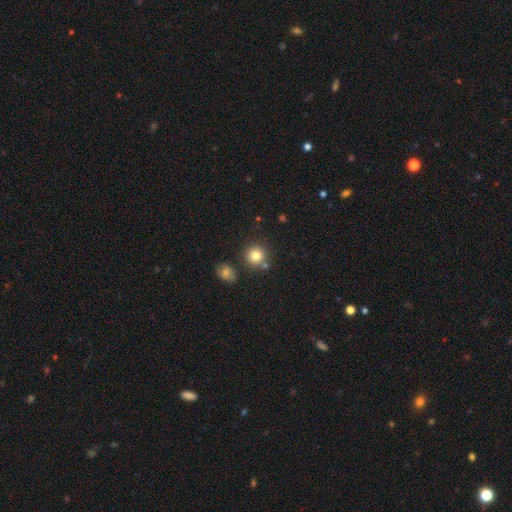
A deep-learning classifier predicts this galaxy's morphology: type=smooth (82%); roundness=round (91%); merging=none (78%).